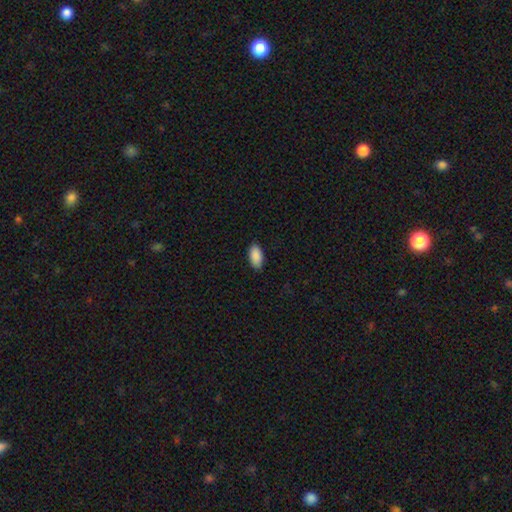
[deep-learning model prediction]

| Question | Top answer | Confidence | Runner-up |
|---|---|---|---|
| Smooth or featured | smooth | 91% | star or artifact (6%) |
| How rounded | in between | 94% | cigar-shaped (3%) |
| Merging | none | 88% | minor disturbance (9%) |